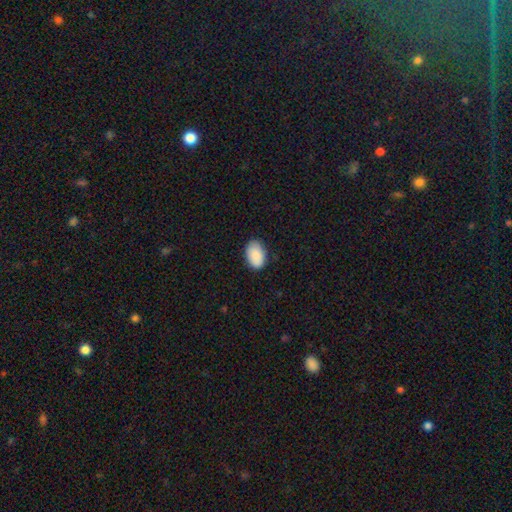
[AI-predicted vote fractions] A smooth galaxy with no disk features (89%) that is in between round and cigar-shaped (90%).

Vote fractions:
- Smooth or featured? smooth: 89% / star or artifact: 6% / featured or disk: 5%
- How rounded? in between: 90% / round: 9% / cigar-shaped: 1%
- Merging? none: 83% / minor disturbance: 14% / major disturbance: 2% / merger: 1%